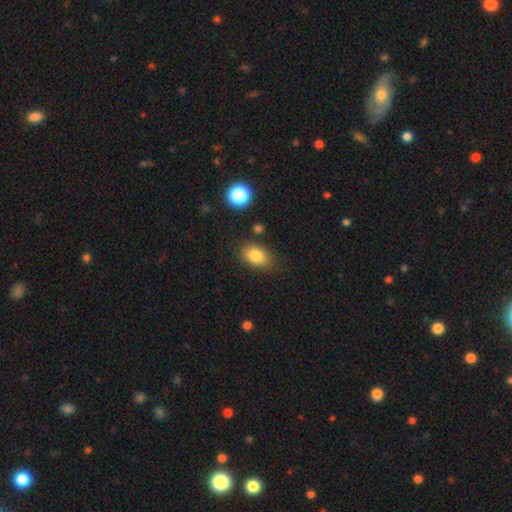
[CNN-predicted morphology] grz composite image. It shows a smooth galaxy with no disk features (83%) that is in between round and cigar-shaped (81%). Merging: none (79%).